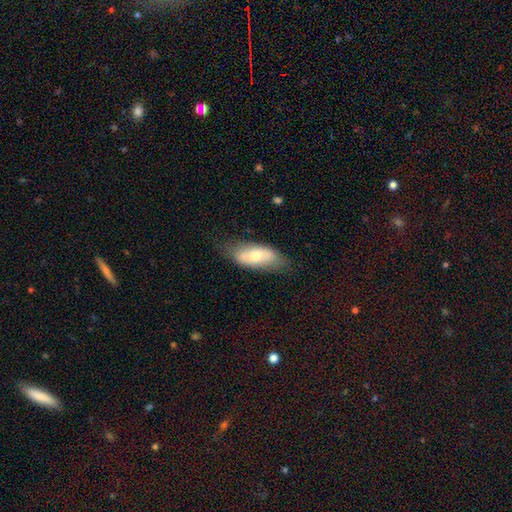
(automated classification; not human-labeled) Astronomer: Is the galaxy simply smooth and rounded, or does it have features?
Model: smooth — 58% (runner-up: featured or disk, 36%).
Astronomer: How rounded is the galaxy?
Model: in between — 85%.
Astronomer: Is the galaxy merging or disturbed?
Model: none — 71%.